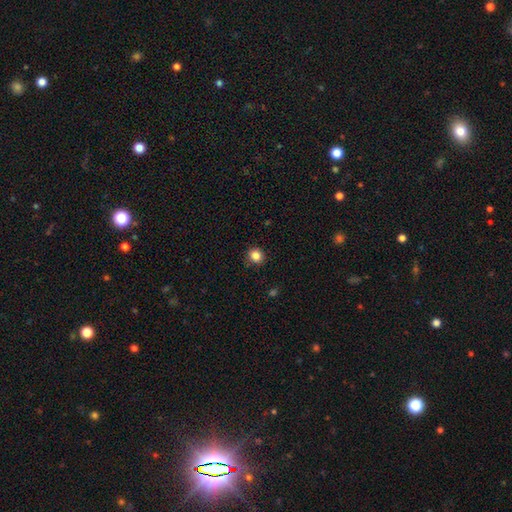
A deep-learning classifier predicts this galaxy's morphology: smooth-or-featured: smooth: 85% | star or artifact: 11% | featured or disk: 4%
  how-rounded: round: 88% | in between: 11% | cigar-shaped: 1%
  merging: none: 89% | minor disturbance: 8% | major disturbance: 2% | merger: 1%